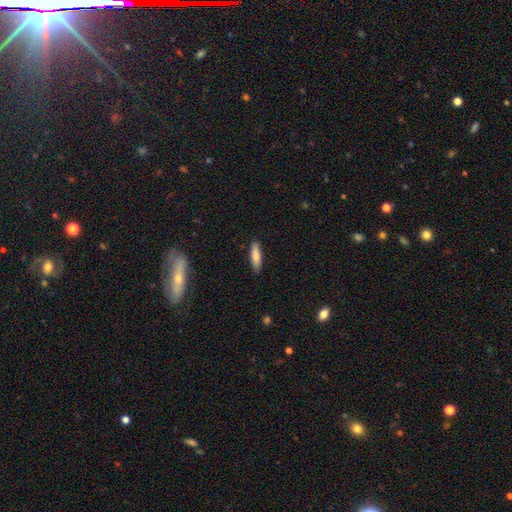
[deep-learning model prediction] Smooth or featured? smooth (79%)
How rounded? cigar-shaped (69%)
Merging? none (88%)